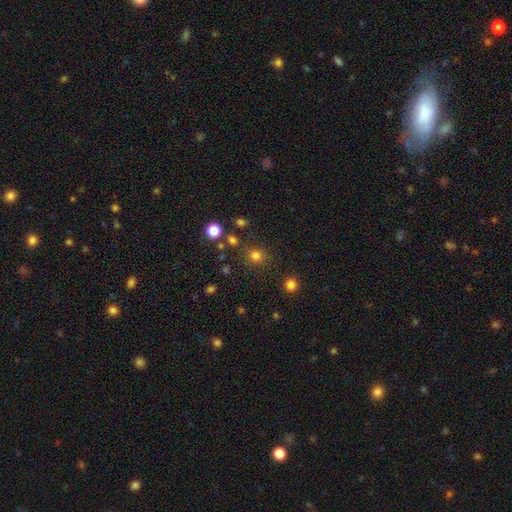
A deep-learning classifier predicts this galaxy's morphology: The model was most divided on "smooth or featured": smooth: 79%, star or artifact: 16%, featured or disk: 5%. More confident: how rounded — round (90%); merging — none (83%).